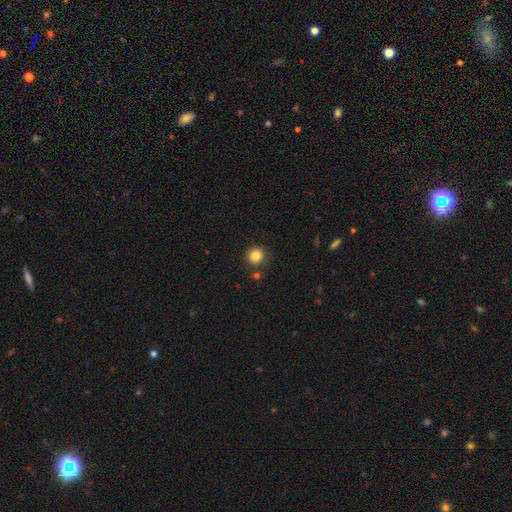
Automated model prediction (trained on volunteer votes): Smooth or featured? smooth (84%)
How rounded? round (94%)
Merging? none (85%)